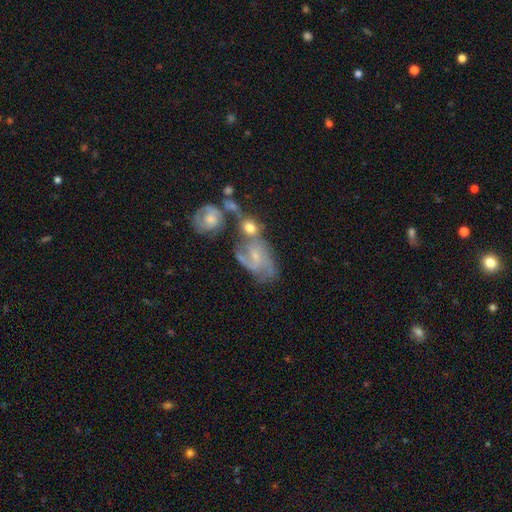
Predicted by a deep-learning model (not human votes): smooth-or-featured: featured or disk: 75% | smooth: 16% | star or artifact: 10%
  disk-edge-on: no: 96% | yes: 4%
    bar: no: 53% | weak: 38% | strong: 9%
    has-spiral-arms: yes: 90% | no: 10%
      spiral-winding: medium: 46% | tight: 34% | loose: 20%
      spiral-arm-count: 2: 34% | can't tell: 28% | 3: 23% | 1: 6% | 4: 6% | more than 4: 4%
    bulge-size: small: 62% | moderate: 26% | none: 9% | large: 2% | dominant: 1%
  merging: merger: 39% | none: 31% | minor disturbance: 16% | major disturbance: 14%